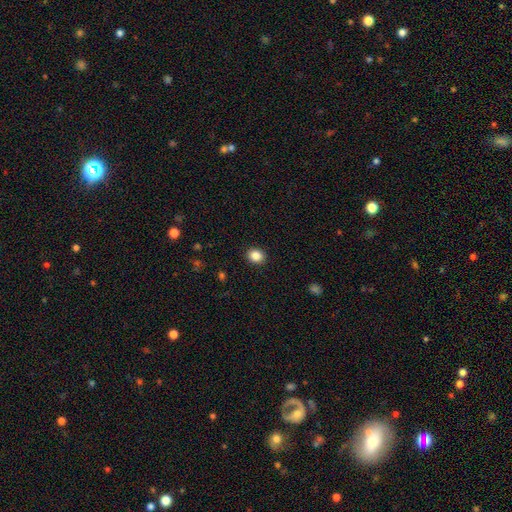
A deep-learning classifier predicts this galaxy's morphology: Smooth or featured? smooth (85%)
How rounded? round (69%)
Merging? none (92%)